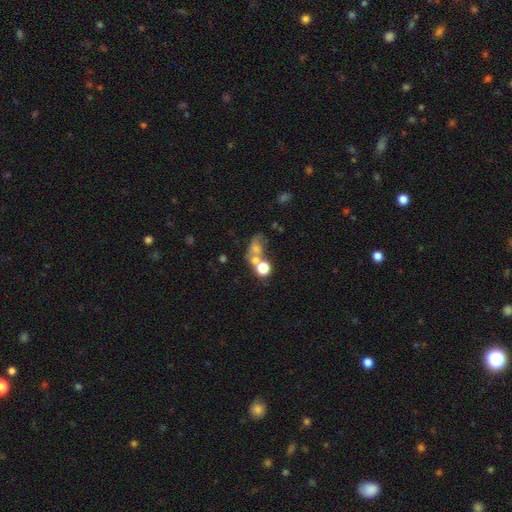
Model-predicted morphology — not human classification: Smooth or featured? smooth (51%)
How rounded? round (51%)
Merging? merger (44%)